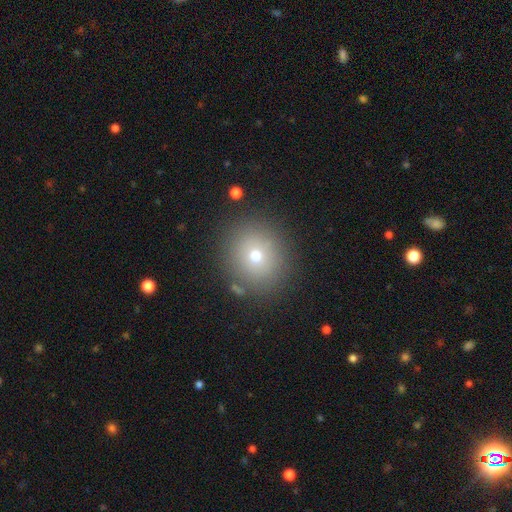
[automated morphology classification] smooth 67%, star or artifact 18%, featured or disk 15%. Down the decision tree: how rounded — round (87%); merging — none (85%).